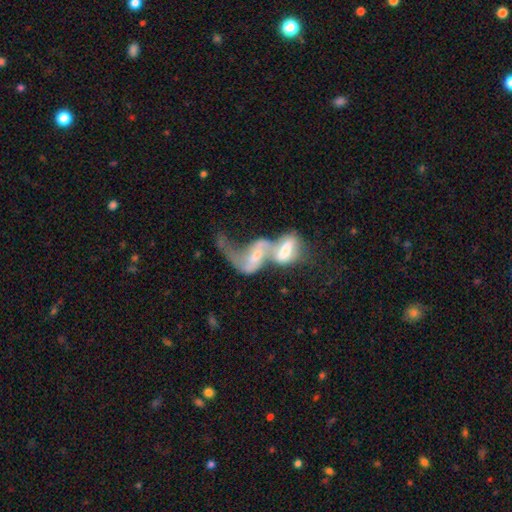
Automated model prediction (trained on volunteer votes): Smooth or featured: featured or disk — 65% (smooth — 26%)
Edge-on disk: no — 94% (yes — 6%)
Bar: no — 37% (weak — 36%)
Spiral arms: yes — 71% (no — 29%)
Bulge size: moderate — 34% (small — 32%)
Merging: merger — 77% (major disturbance — 12%)